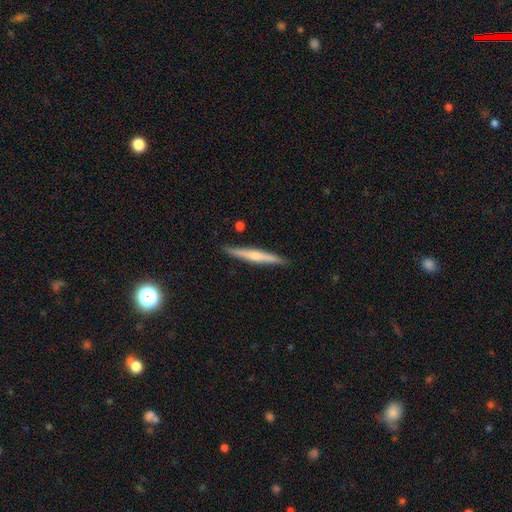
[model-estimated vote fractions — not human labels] Smooth or featured? featured or disk (53%)
Edge-on disk? yes (97%)
Edge-on bulge? rounded (62%)
Merging? none (89%)